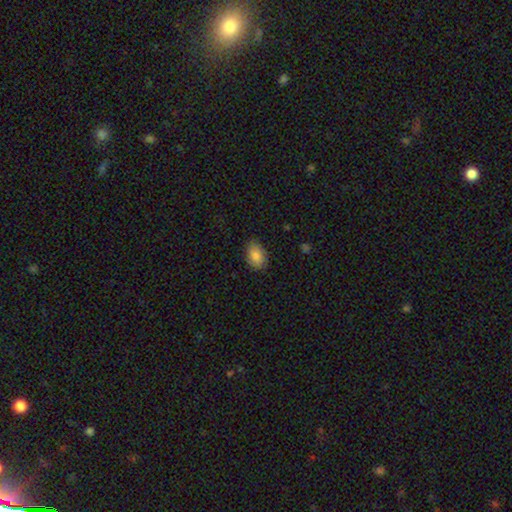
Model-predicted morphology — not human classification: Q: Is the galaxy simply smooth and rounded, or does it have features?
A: smooth — 86%.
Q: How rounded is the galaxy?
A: in between — 85%.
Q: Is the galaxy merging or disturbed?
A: none — 81%.